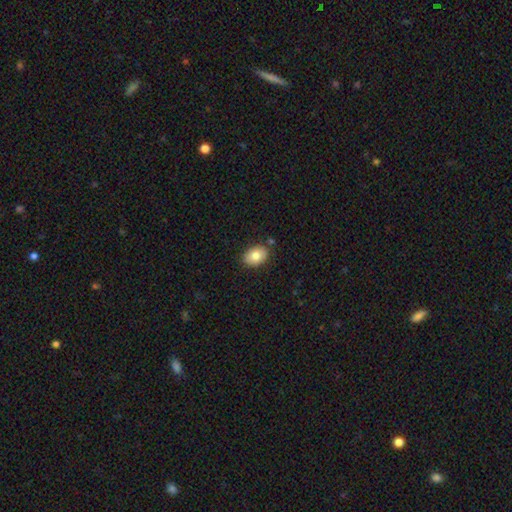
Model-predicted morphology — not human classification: smooth_or_featured: smooth (p=0.81) [alt: featured or disk p=0.11]
how_rounded: in between (p=0.80) [alt: round p=0.20]
merging: none (p=0.84) [alt: minor disturbance p=0.11]